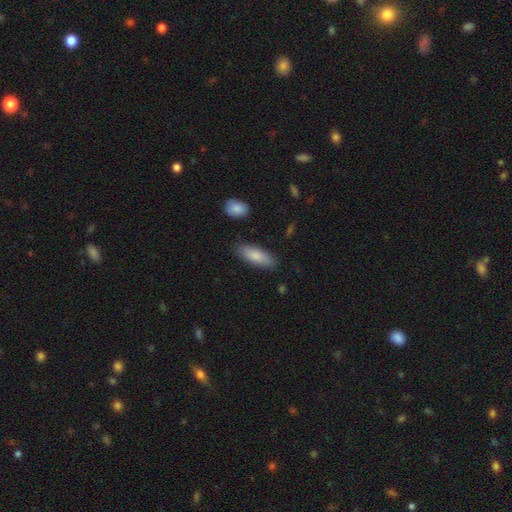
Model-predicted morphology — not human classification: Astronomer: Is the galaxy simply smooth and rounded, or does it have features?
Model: smooth — 84%.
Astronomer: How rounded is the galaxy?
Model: in between — 62%.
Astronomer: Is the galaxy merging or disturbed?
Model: none — 85%.